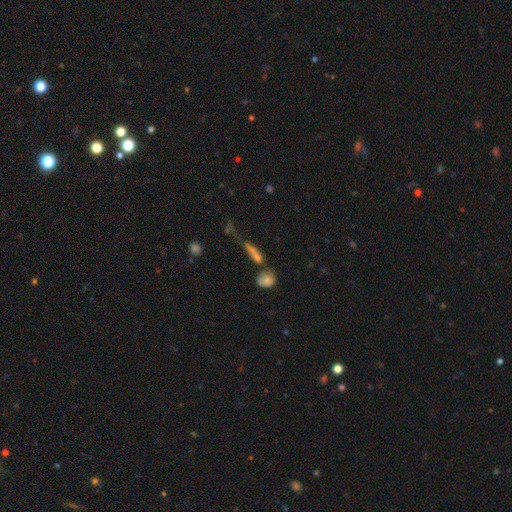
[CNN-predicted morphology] smooth-or-featured: smooth: 45% | star or artifact: 29% | featured or disk: 26%
  merging: none: 48% | merger: 27% | minor disturbance: 13% | major disturbance: 11%